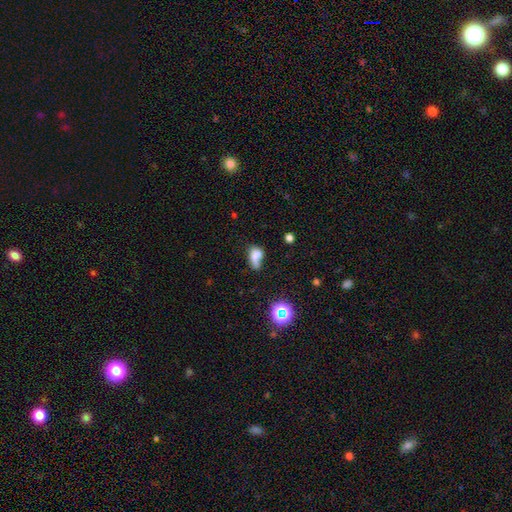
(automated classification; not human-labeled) smooth_or_featured: smooth (p=0.64) [alt: featured or disk p=0.21]
how_rounded: in between (p=0.75) [alt: round p=0.21]
merging: none (p=0.27) [alt: major disturbance p=0.26]